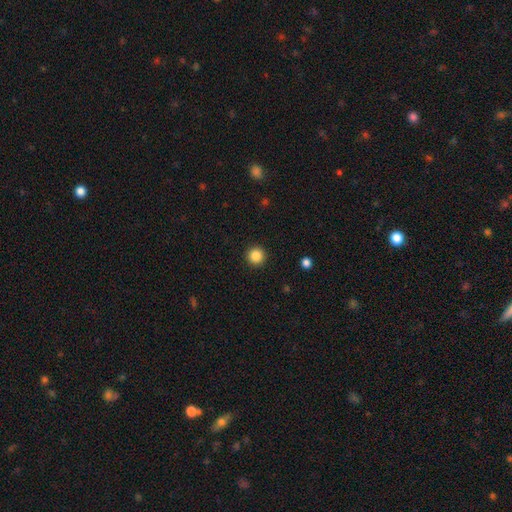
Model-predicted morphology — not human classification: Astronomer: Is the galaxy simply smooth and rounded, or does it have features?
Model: smooth — 86%.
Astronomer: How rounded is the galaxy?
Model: round — 96%.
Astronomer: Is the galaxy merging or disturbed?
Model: none — 93%.